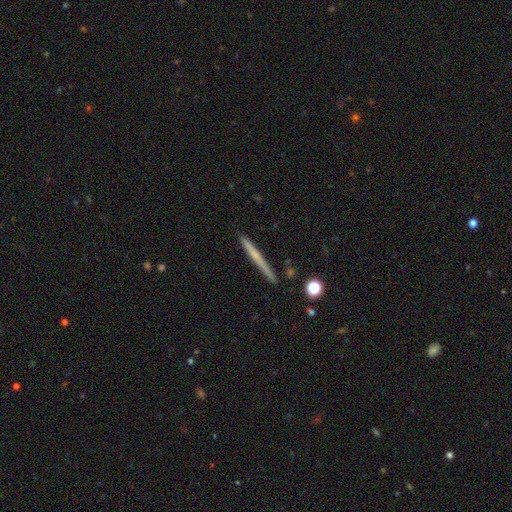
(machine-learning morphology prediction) smooth 50%, featured or disk 43%, star or artifact 6%. Down the decision tree: how rounded — cigar-shaped (96%); merging — none (90%).